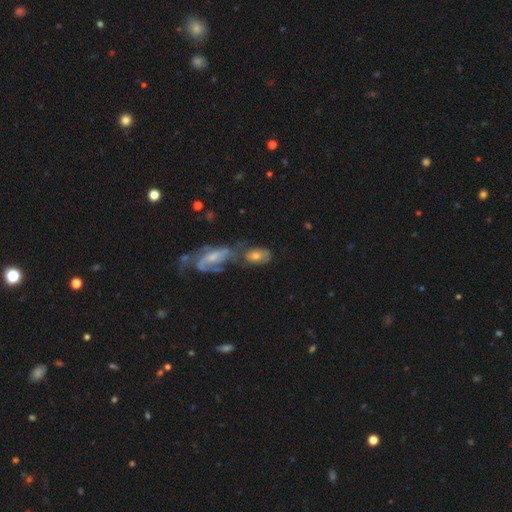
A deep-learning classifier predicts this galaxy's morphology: The model was most divided on "bulge size": moderate: 48%, small: 40%, large: 6%, none: 4%, dominant: 2%. Remaining: edge-on disk — no (91%); spiral arms — yes (76%); bar — no (62%); smooth or featured — featured or disk (56%); merging — merger (46%).